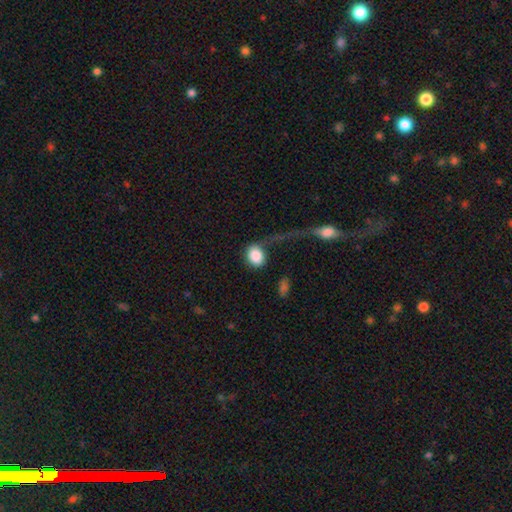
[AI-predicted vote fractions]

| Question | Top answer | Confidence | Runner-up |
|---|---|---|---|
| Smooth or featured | smooth | 86% | star or artifact (7%) |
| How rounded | round | 50% | in between (48%) |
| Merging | none | 45% | major disturbance (24%) |